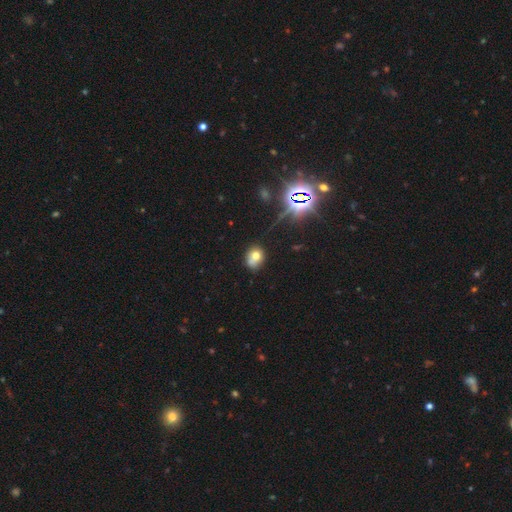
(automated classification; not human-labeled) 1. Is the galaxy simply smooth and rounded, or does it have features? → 69% smooth, 17% star or artifact, 14% featured or disk.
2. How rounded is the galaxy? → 51% round, 48% in between, 1% cigar-shaped.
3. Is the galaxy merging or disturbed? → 60% none, 23% minor disturbance, 11% merger, 6% major disturbance.